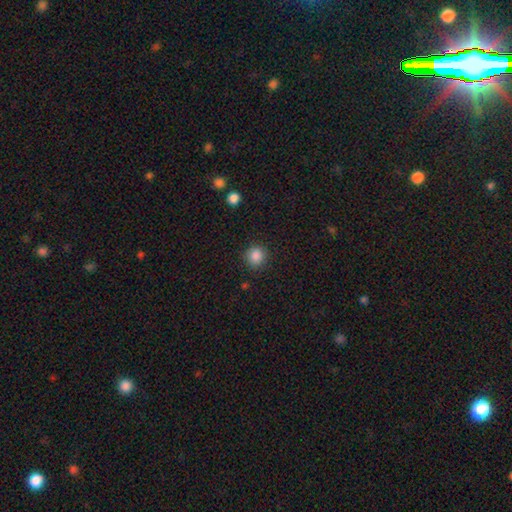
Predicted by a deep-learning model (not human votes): This appears to be a smooth galaxy with no disk features (86%) that is round (92%). Merging: none (89%).